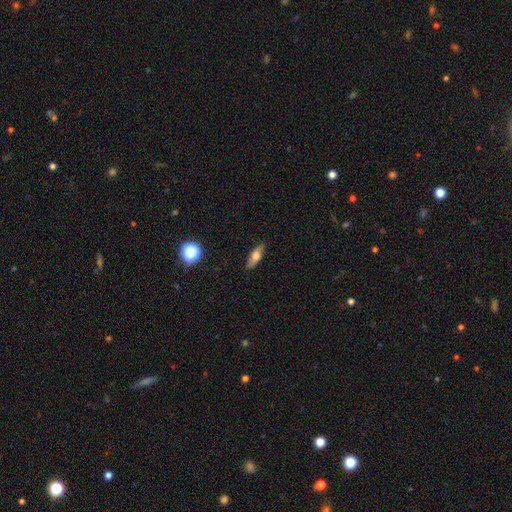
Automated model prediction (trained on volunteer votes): This is likely a smooth galaxy (67%). How rounded: likely in between (62%). Merging: clearly none (87%).